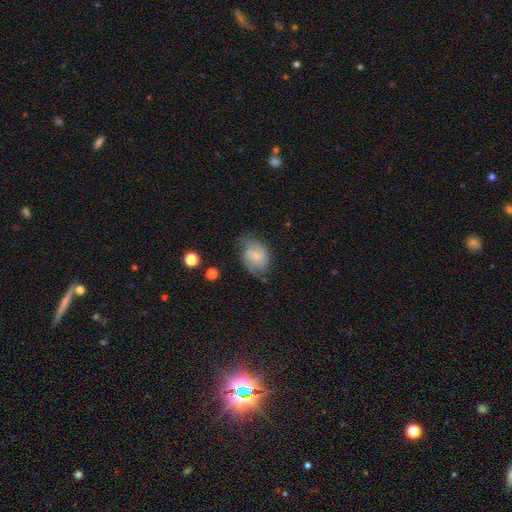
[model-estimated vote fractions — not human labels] Smooth or featured? featured or disk (52%)
Edge-on disk? no (97%)
Bar? no (65%)
Spiral arms? yes (84%)
Bulge size? small (69%)
Merging? none (56%)